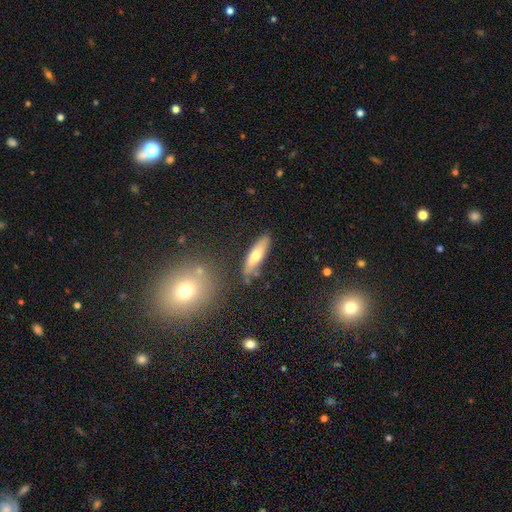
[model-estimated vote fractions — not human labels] Smooth or featured? Predicted: smooth (p=0.58). How rounded? Predicted: cigar-shaped (p=0.65). Merging? Predicted: none (p=0.79).